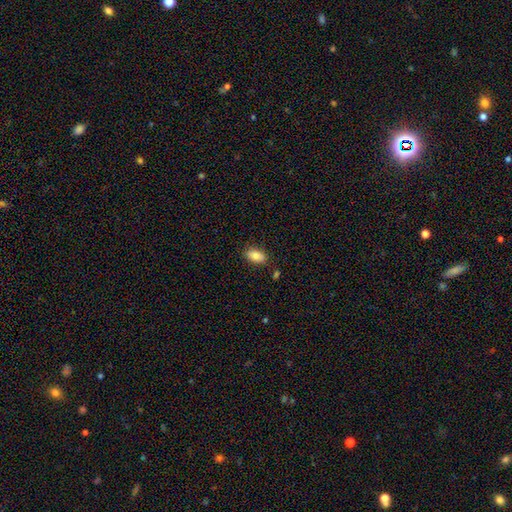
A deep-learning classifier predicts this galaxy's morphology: smooth-or-featured: smooth: 83% | featured or disk: 9% | star or artifact: 8%
  how-rounded: in between: 91% | round: 5% | cigar-shaped: 4%
  merging: none: 82% | minor disturbance: 12% | merger: 3% | major disturbance: 3%